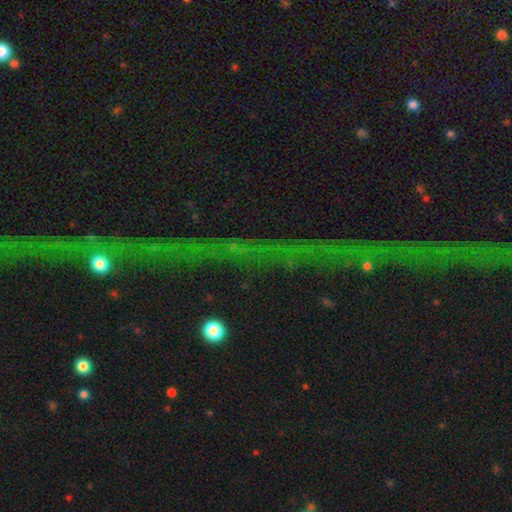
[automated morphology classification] Smooth or featured? Predicted: star or artifact (p=0.81).